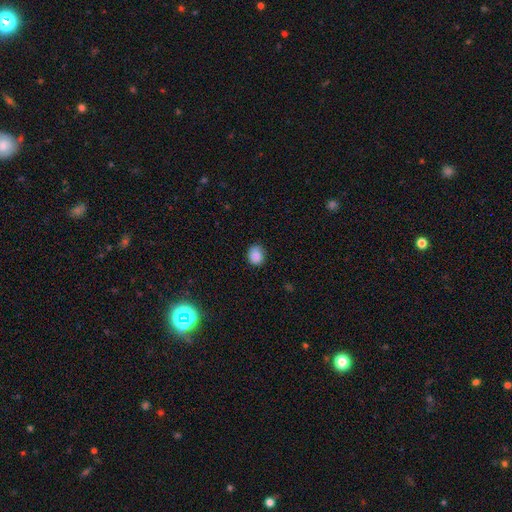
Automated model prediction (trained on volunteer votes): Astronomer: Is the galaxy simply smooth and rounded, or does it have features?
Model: smooth — 86%.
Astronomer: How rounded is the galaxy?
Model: round — 66%.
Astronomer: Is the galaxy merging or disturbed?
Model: none — 76%.